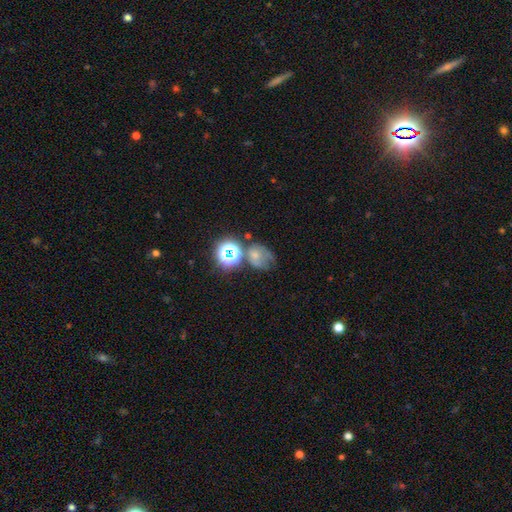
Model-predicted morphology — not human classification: smooth 52%, star or artifact 25%, featured or disk 23%. Down the decision tree: how rounded — round (57%); merging — none (32%).